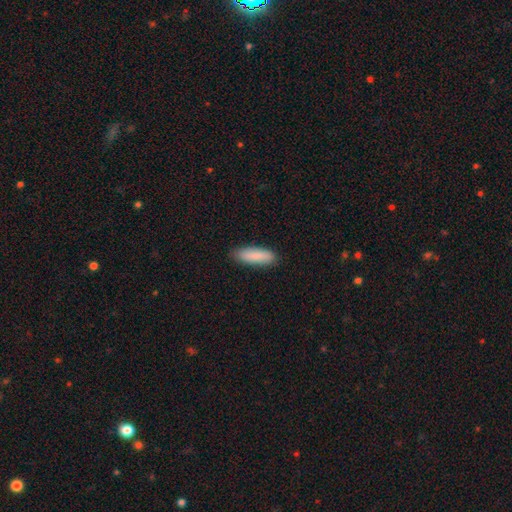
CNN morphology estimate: The model was most divided on "how rounded": cigar-shaped: 55%, in between: 44%, round: 2%. More confident: smooth or featured — smooth (88%); merging — none (87%).